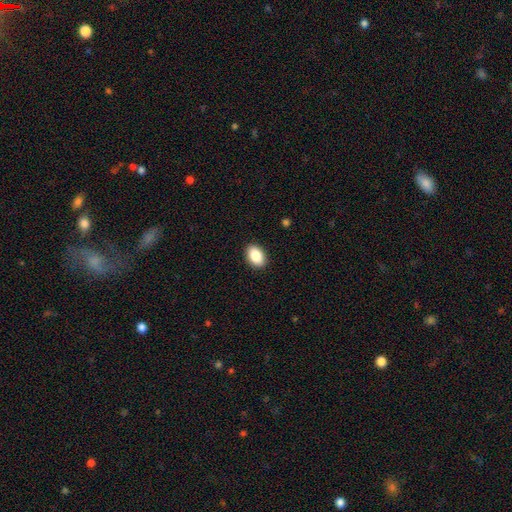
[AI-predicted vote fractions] Q: Smooth or featured?
A: smooth (88%); runner-up: star or artifact (7%)
Q: How rounded?
A: in between (89%); runner-up: round (10%)
Q: Merging?
A: none (90%); runner-up: minor disturbance (7%)